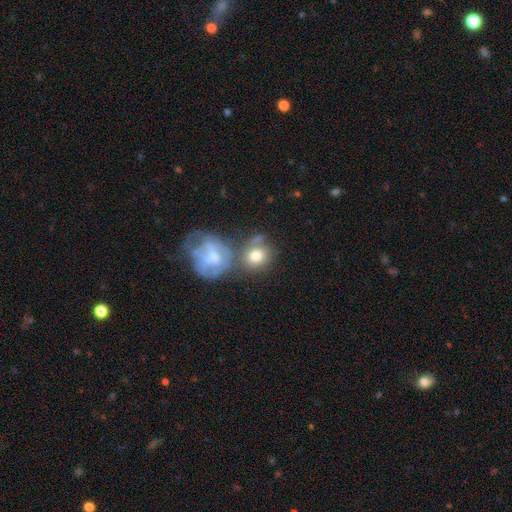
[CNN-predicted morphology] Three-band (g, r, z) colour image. It shows a smooth galaxy with no disk features (66%) that is round (73%). Merging: merger (38%, tied with none).